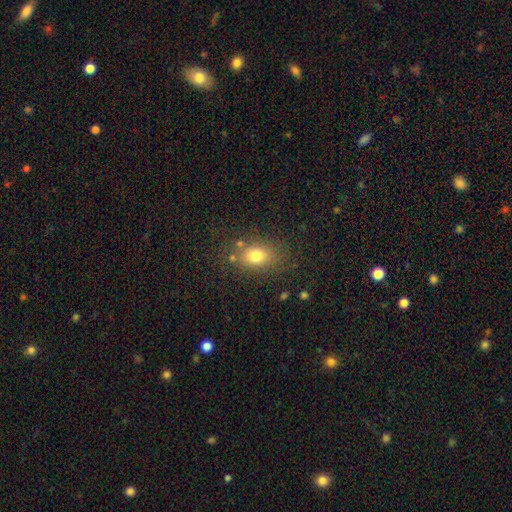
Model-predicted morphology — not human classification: Smooth or featured? smooth (75%)
How rounded? in between (69%)
Merging? none (74%)